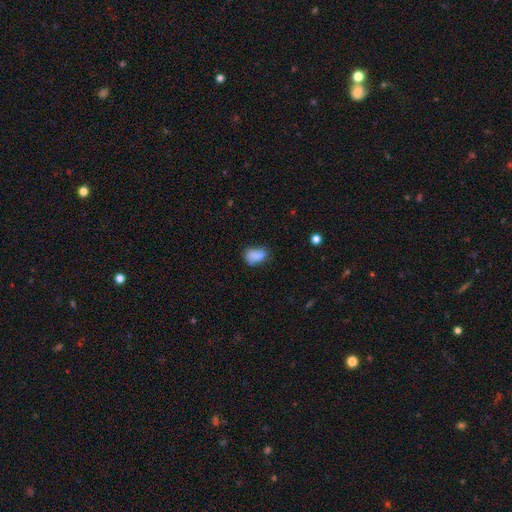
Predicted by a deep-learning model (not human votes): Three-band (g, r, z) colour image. It shows a smooth galaxy with no disk features (84%) that is in between round and cigar-shaped (84%). Merging: none (56%).